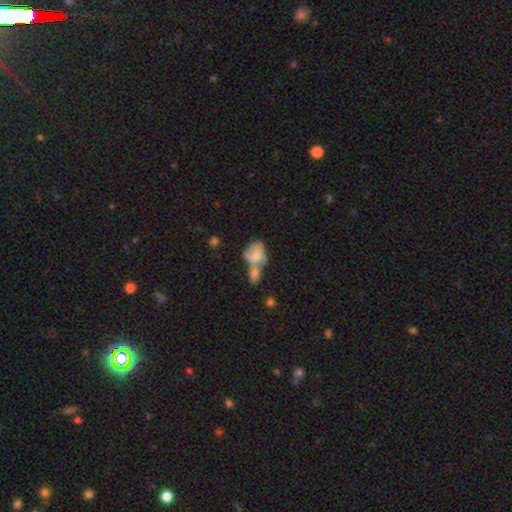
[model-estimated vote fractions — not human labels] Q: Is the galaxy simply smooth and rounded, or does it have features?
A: smooth — 59%.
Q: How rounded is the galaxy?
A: in between — 72%.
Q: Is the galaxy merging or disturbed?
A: merger — 65%.